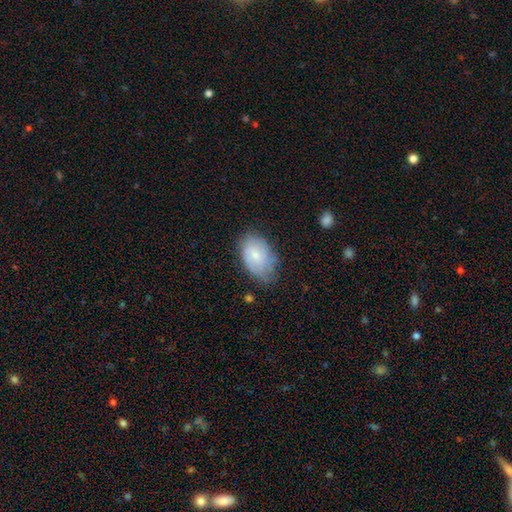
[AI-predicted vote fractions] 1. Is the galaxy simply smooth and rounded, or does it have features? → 62% smooth, 31% featured or disk, 7% star or artifact.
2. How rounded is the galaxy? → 88% in between, 10% round, 1% cigar-shaped.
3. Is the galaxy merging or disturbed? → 64% none, 28% minor disturbance, 7% major disturbance, 2% merger.